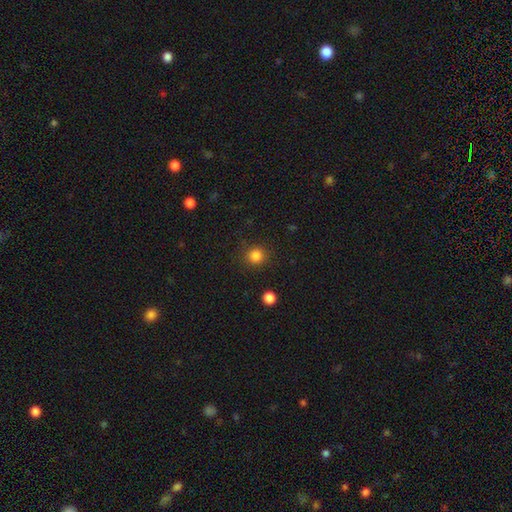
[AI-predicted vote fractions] smooth 83%, star or artifact 13%, featured or disk 4%. Down the decision tree: how rounded — round (92%); merging — none (89%).